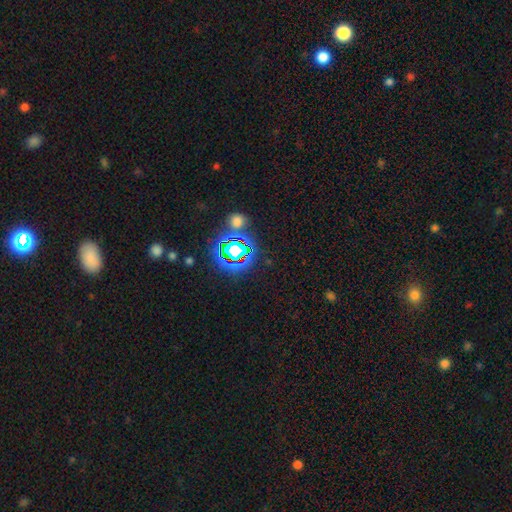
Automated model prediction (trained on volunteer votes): Overall: star or artifact (76%).